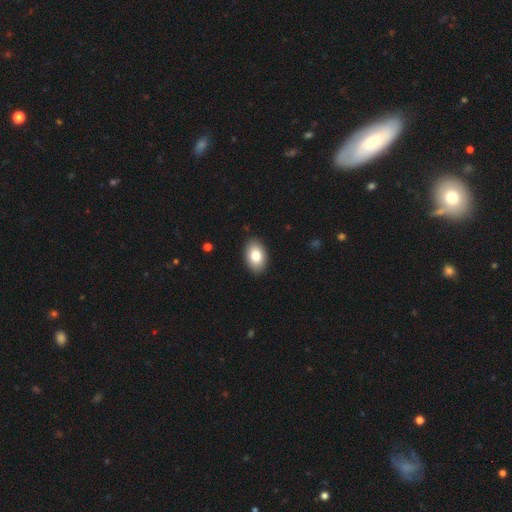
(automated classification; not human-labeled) Smooth or featured? Predicted: smooth (p=0.81). How rounded? Predicted: in between (p=0.90). Merging? Predicted: none (p=0.89).